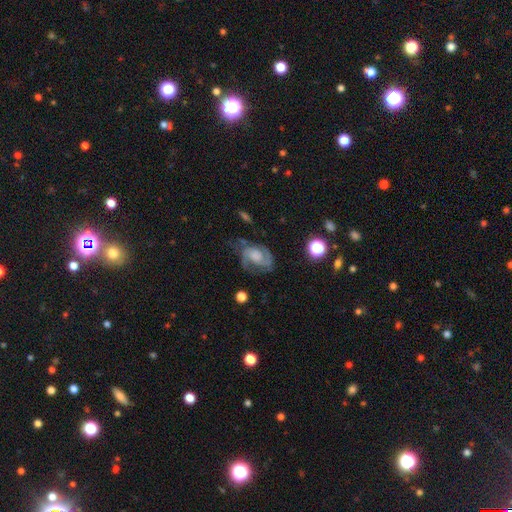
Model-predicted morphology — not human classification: This appears to be a featured or disk galaxy (75%) with no bar (66%), 2 (62%) medium (48%) spiral arms (91%) and no central bulge (32%). Merging: none (53%).